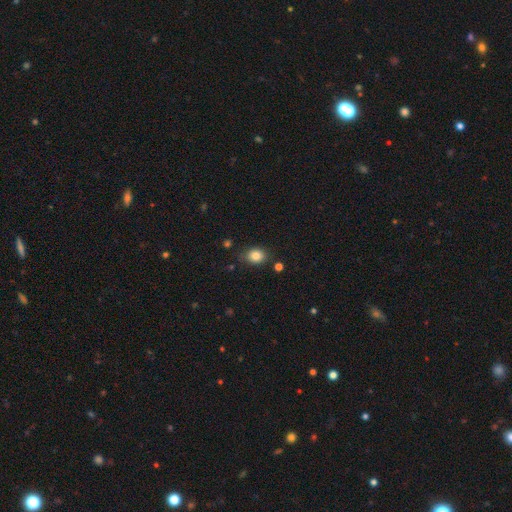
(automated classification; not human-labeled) Smooth or featured? smooth (84%)
How rounded? round (50%)
Merging? none (77%)